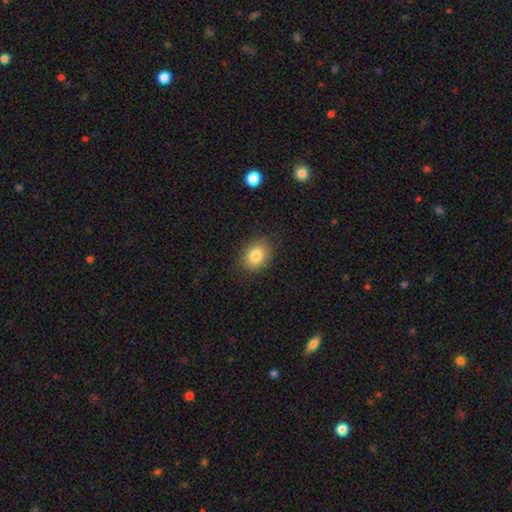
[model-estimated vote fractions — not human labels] smooth-or-featured: smooth: 84% | star or artifact: 9% | featured or disk: 7%
  how-rounded: in between: 57% | round: 42% | cigar-shaped: 1%
  merging: none: 85% | minor disturbance: 11% | major disturbance: 3% | merger: 1%